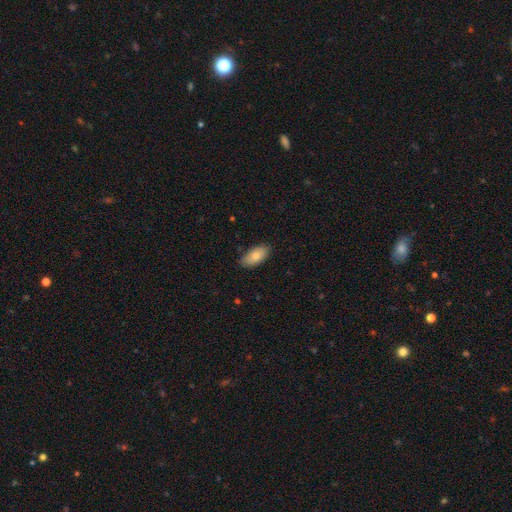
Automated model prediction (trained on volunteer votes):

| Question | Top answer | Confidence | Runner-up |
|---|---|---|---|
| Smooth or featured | smooth | 82% | featured or disk (12%) |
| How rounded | in between | 93% | cigar-shaped (5%) |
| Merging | none | 84% | minor disturbance (13%) |